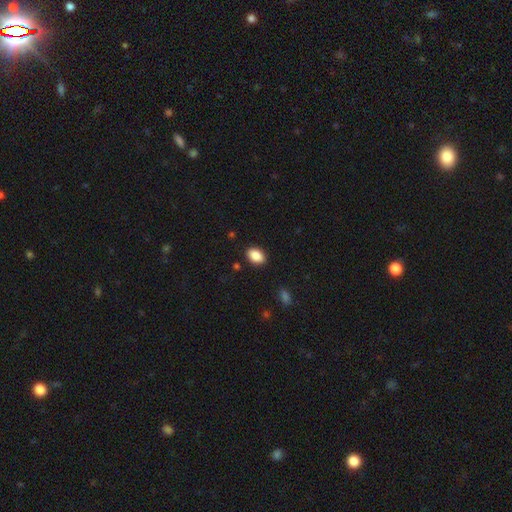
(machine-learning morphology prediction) type=smooth (88%); roundness=in between (87%); merging=none (88%).